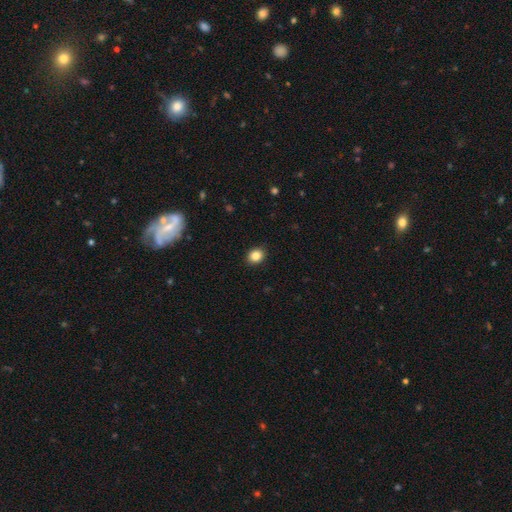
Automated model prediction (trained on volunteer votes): smooth-or-featured: smooth: 86% | star or artifact: 10% | featured or disk: 5%
  how-rounded: round: 59% | in between: 41% | cigar-shaped: 1%
  merging: none: 89% | minor disturbance: 8% | major disturbance: 2% | merger: 1%